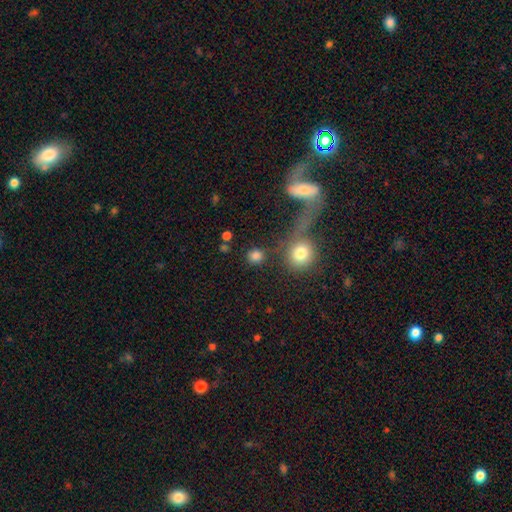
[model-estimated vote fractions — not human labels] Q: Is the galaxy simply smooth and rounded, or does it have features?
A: smooth — 82%.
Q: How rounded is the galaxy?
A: round — 85%.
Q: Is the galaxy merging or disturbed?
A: none — 75%.